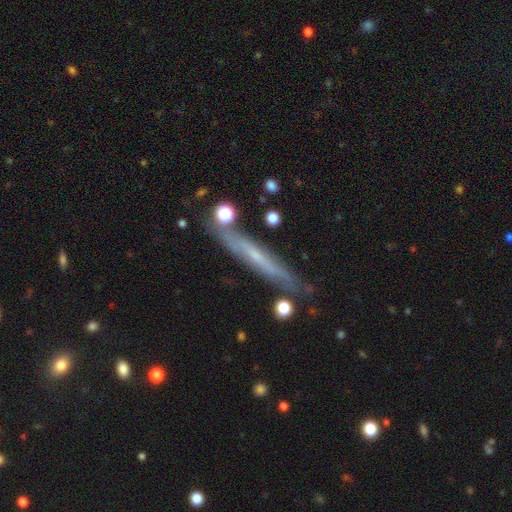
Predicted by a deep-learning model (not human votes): Q: Smooth or featured?
A: featured or disk (59%); runner-up: smooth (33%)
Q: Edge-on disk?
A: yes (86%); runner-up: no (14%)
Q: Edge-on bulge?
A: none (66%); runner-up: rounded (28%)
Q: Merging?
A: none (78%); runner-up: minor disturbance (14%)